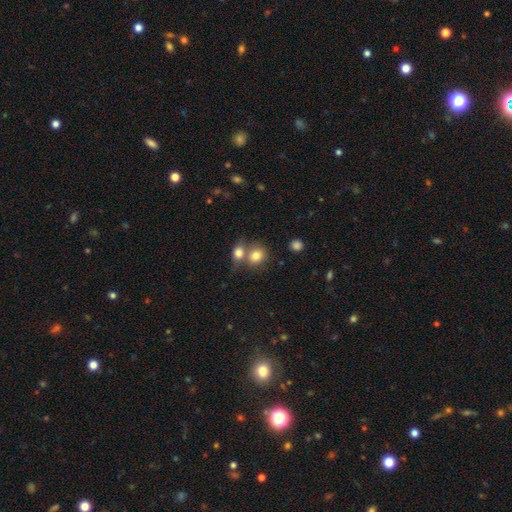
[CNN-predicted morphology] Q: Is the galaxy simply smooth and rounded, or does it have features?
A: smooth — 81%.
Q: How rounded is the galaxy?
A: round — 67%.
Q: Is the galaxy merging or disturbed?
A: merger — 46%.